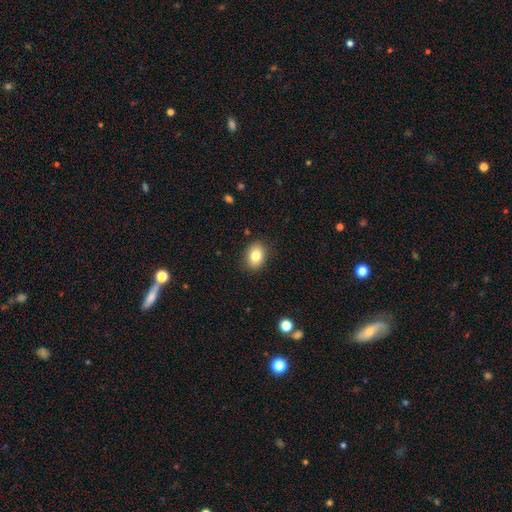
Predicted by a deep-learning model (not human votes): Morphology: type=smooth (82%); roundness=in between (68%); merging=none (88%).